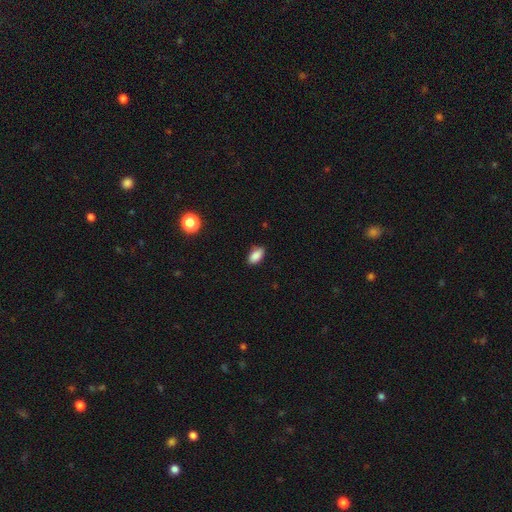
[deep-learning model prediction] The model was most divided on "merging": none: 82%, minor disturbance: 14%, major disturbance: 2%, merger: 1%. More confident: how rounded — in between (91%); smooth or featured — smooth (87%).